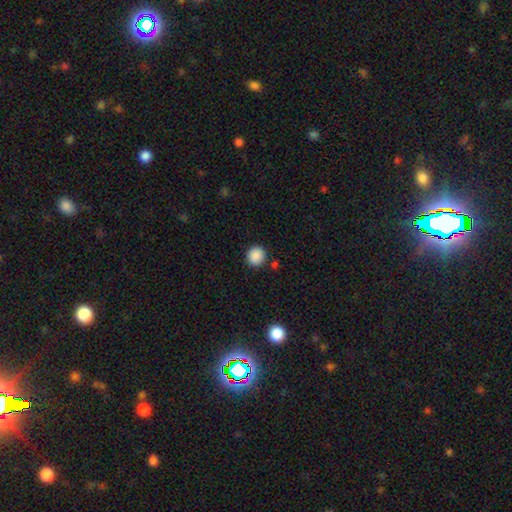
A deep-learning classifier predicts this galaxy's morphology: Overall: smooth (89%). How rounded: round (89%). Merging: none (89%).